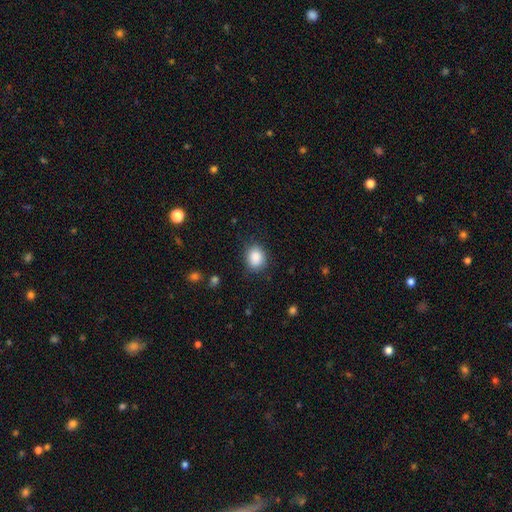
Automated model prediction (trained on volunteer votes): Smooth or featured?
  - smooth: 88% *
  - star or artifact: 8%
  - featured or disk: 4%
How rounded?
  - round: 55% *
  - in between: 44%
  - cigar-shaped: 1%
Merging?
  - none: 82% *
  - minor disturbance: 13%
  - major disturbance: 4%
  - merger: 1%